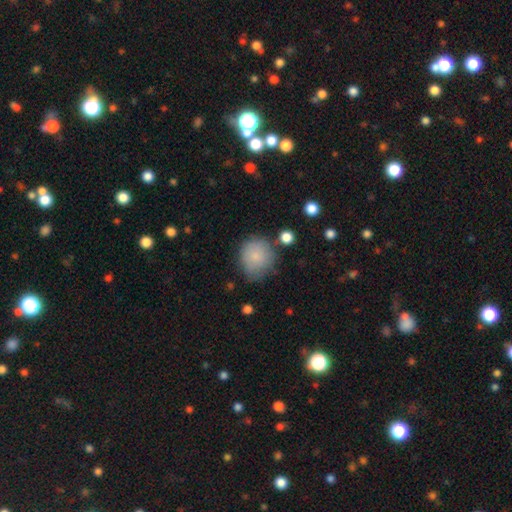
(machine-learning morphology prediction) A smooth galaxy with no disk features (83%) that is round (83%).

Vote fractions:
- Smooth or featured? smooth: 83% / featured or disk: 10% / star or artifact: 7%
- How rounded? round: 83% / in between: 16% / cigar-shaped: 1%
- Merging? none: 64% / minor disturbance: 24% / major disturbance: 7% / merger: 5%